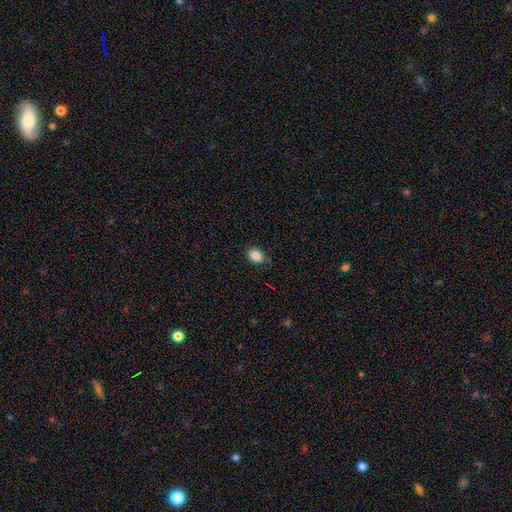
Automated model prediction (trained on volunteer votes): smooth_or_featured: smooth (p=0.85) [alt: star or artifact p=0.10]
how_rounded: in between (p=0.61) [alt: round p=0.38]
merging: none (p=0.80) [alt: minor disturbance p=0.15]